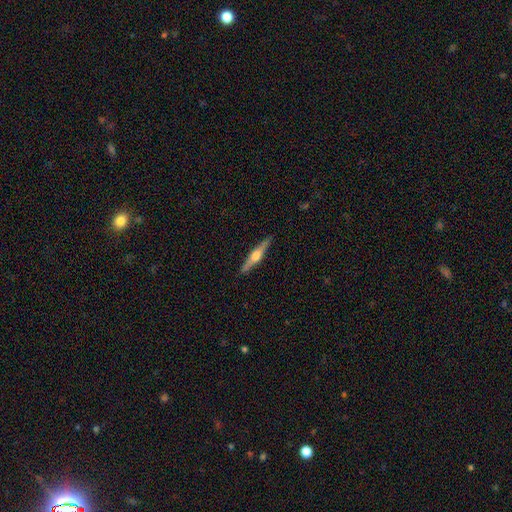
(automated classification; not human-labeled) This appears to be a featured or disk galaxy (71%) viewed edge-on (98%) with a rounded central bulge (94%). Merging: none (91%).